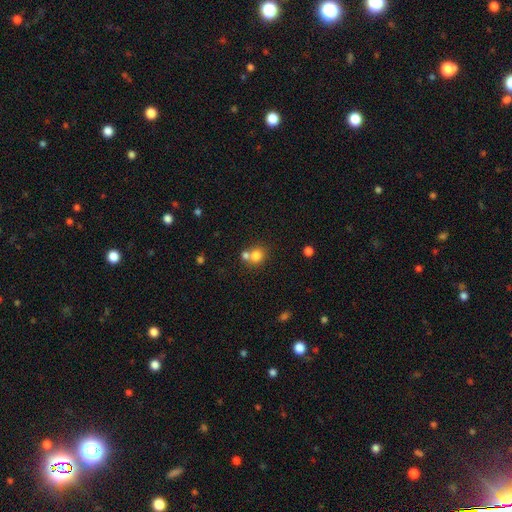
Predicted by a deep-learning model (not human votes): This appears to be a smooth galaxy with no disk features (79%) that is round (80%). Merging: none (47%).